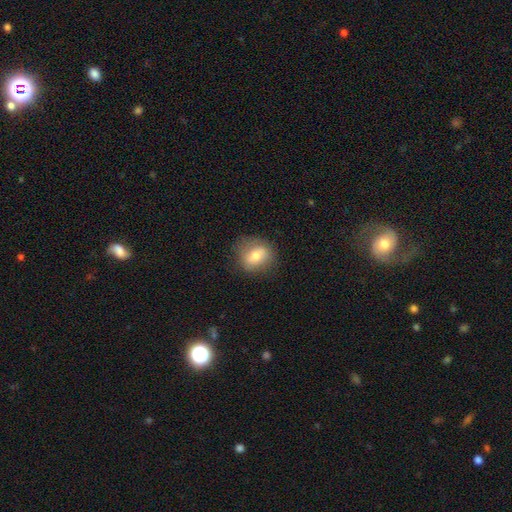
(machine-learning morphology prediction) Overall: smooth (69%). How rounded: round (58%; in between 41%). Merging: none (76%).